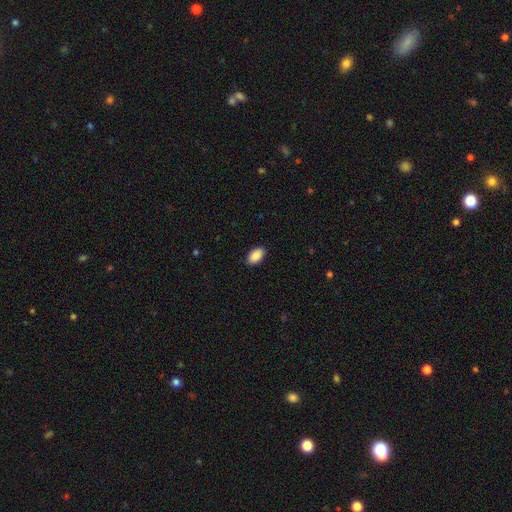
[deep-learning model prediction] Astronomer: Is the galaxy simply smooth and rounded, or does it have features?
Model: smooth — 90%.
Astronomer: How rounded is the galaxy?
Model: in between — 94%.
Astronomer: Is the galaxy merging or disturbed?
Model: none — 89%.